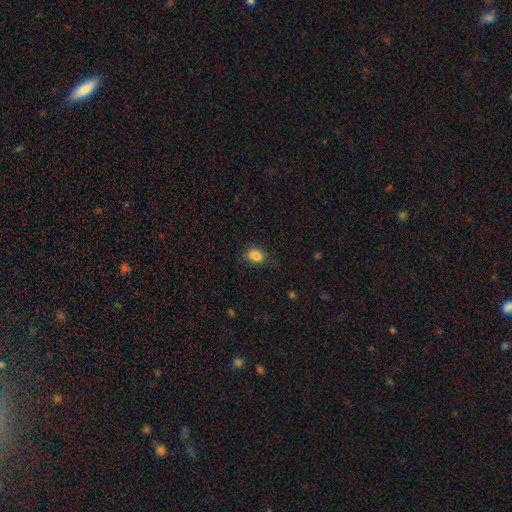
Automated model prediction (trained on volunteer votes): smooth-or-featured: smooth: 82% | star or artifact: 11% | featured or disk: 7%
  how-rounded: in between: 63% | round: 35% | cigar-shaped: 2%
  merging: none: 65% | minor disturbance: 22% | merger: 7% | major disturbance: 6%